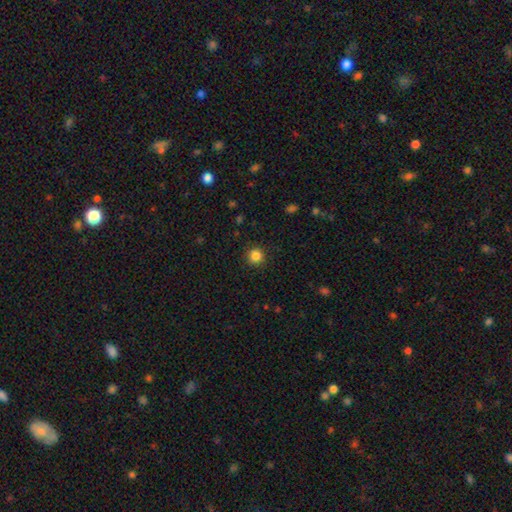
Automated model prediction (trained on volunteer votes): This appears to be a smooth galaxy with no disk features (85%) that is round (94%). Merging: none (90%).